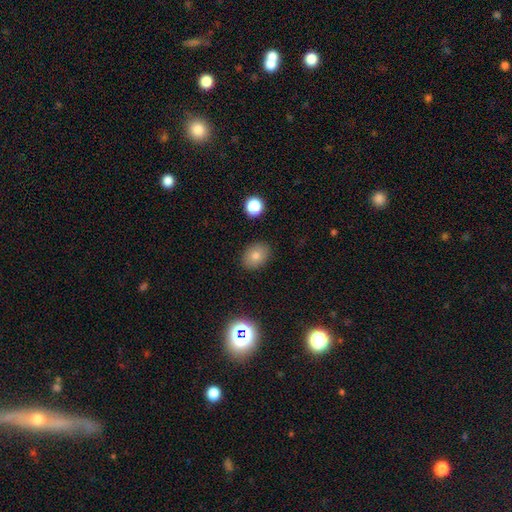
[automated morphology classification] Smooth or featured: smooth — 75% (star or artifact — 14%)
How rounded: in between — 65% (round — 34%)
Merging: none — 88% (minor disturbance — 8%)